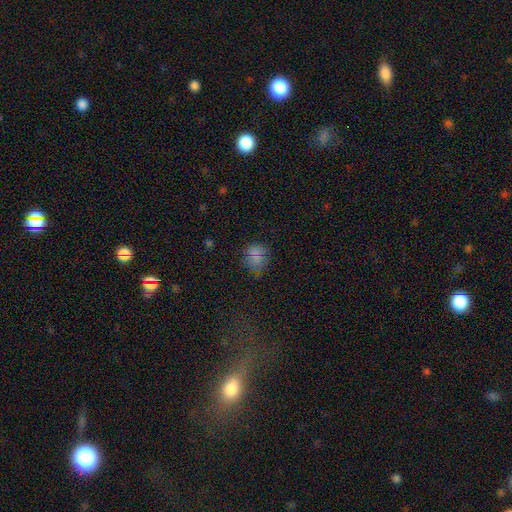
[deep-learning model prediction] Q: Smooth or featured?
A: smooth (64%); runner-up: star or artifact (27%)
Q: How rounded?
A: round (68%); runner-up: in between (31%)
Q: Merging?
A: none (70%); runner-up: minor disturbance (19%)